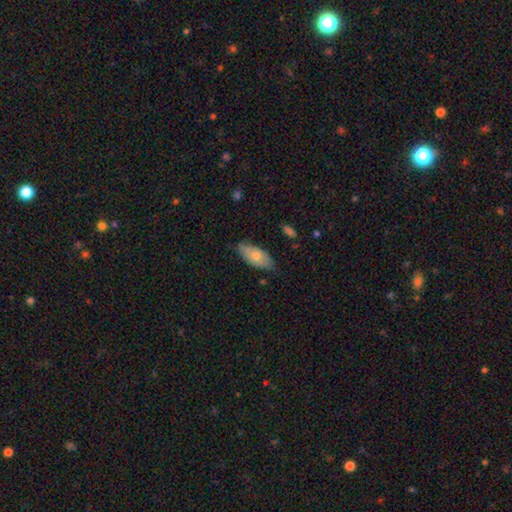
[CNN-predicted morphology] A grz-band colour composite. It shows a smooth galaxy with no disk features (66%) that is in between round and cigar-shaped (87%). Merging: none (76%).